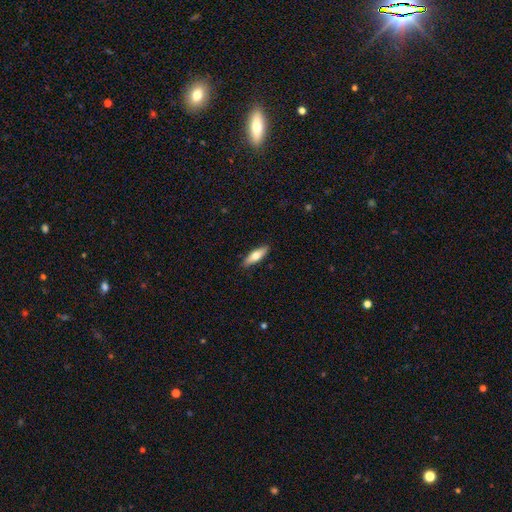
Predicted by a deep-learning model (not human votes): Morphology: type=smooth (64%); roundness=cigar-shaped (53%); merging=none (89%).